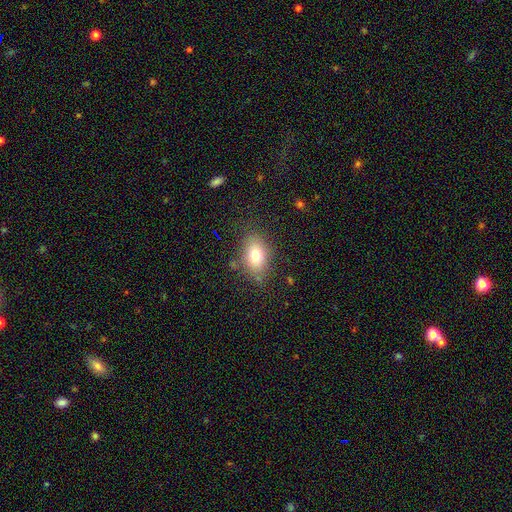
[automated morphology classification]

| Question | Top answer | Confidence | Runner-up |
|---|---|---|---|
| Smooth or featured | smooth | 75% | featured or disk (14%) |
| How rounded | in between | 81% | round (17%) |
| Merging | none | 79% | minor disturbance (14%) |